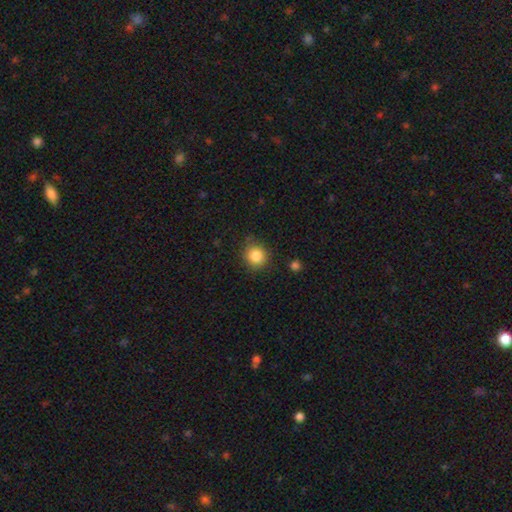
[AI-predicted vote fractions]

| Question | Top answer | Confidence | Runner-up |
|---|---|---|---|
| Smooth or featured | smooth | 85% | star or artifact (10%) |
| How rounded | round | 85% | in between (14%) |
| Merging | none | 84% | minor disturbance (11%) |